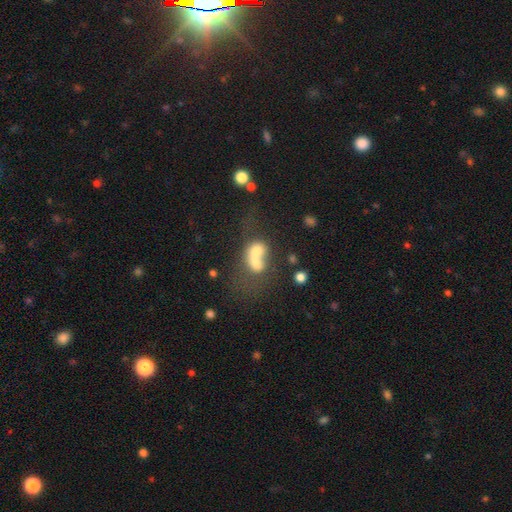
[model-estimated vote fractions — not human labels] The model was most divided on "how rounded": in between: 58%, round: 40%, cigar-shaped: 2%. More confident: merging — merger (70%); smooth or featured — smooth (60%).